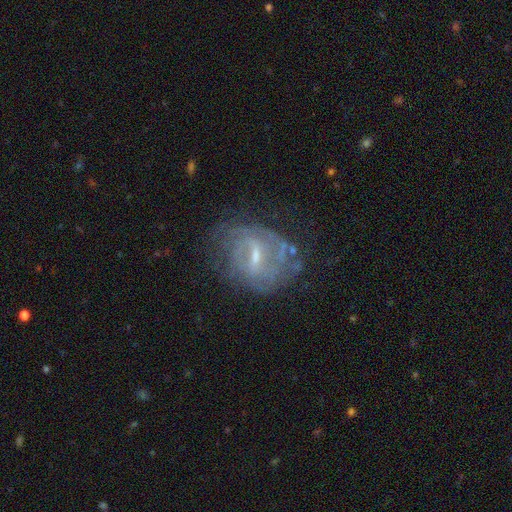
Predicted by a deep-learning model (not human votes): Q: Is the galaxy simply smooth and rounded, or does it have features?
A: featured or disk — 79%.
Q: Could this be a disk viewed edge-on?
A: no — 96%.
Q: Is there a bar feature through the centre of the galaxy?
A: weak — 53%.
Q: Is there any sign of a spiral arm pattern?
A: yes — 80%.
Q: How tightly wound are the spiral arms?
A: tight — 49%.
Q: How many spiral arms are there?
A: can't tell — 45%.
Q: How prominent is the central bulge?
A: small — 54%.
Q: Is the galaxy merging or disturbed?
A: none — 60%.